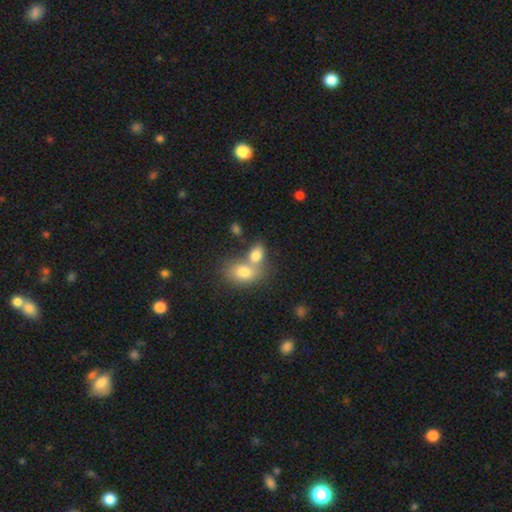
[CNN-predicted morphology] A smooth galaxy with no disk features (78%) that is in between round and cigar-shaped (80%). Merging: merger (58%).